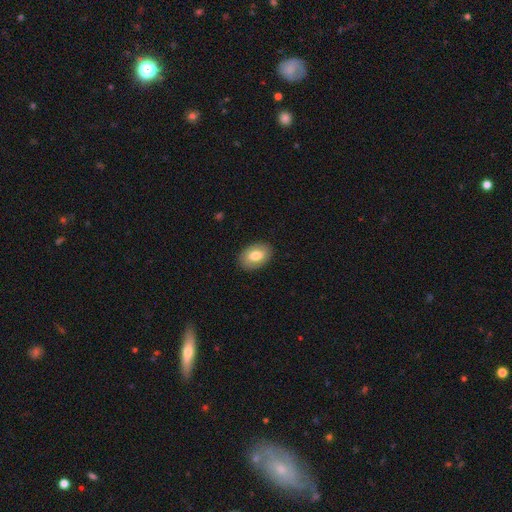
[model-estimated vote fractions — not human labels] Q: Smooth or featured?
A: smooth (74%); runner-up: featured or disk (20%)
Q: How rounded?
A: in between (87%); runner-up: round (12%)
Q: Merging?
A: none (88%); runner-up: minor disturbance (9%)